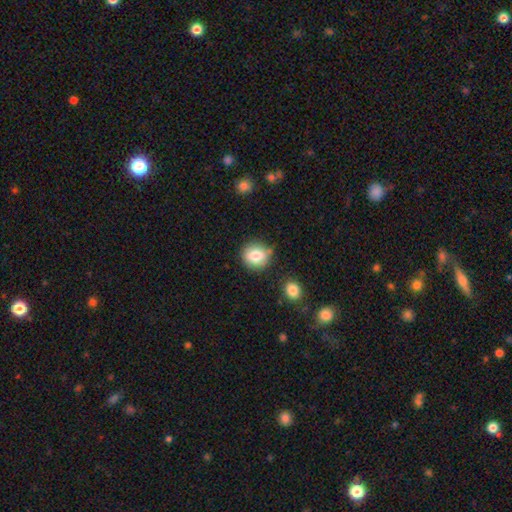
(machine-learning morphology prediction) Overall: smooth (81%). How rounded: round (82%). Merging: none (78%).